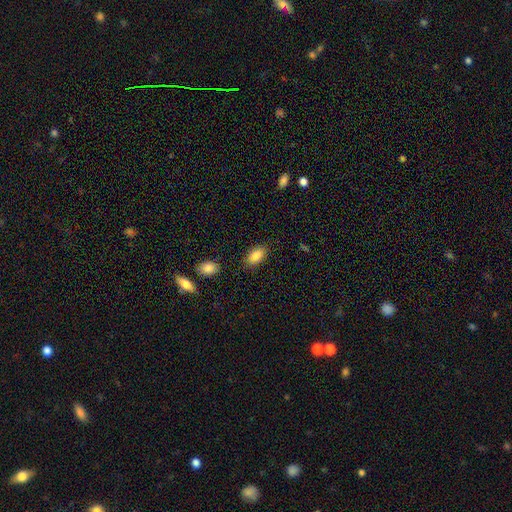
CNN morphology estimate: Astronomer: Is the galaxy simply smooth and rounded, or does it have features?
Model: smooth — 87%.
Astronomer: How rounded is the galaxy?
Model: in between — 92%.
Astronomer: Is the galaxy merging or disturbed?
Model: none — 84%.